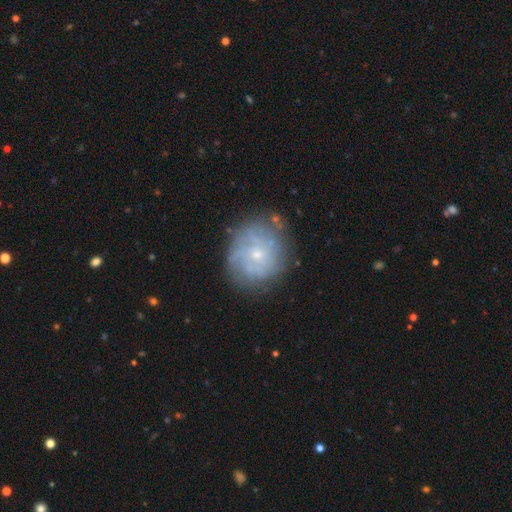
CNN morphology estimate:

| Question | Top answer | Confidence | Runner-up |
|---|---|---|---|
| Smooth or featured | featured or disk | 58% | smooth (29%) |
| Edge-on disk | no | 97% | yes (3%) |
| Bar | no | 77% | weak (20%) |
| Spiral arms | yes | 78% | no (22%) |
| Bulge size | small | 73% | moderate (23%) |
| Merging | none | 76% | minor disturbance (16%) |